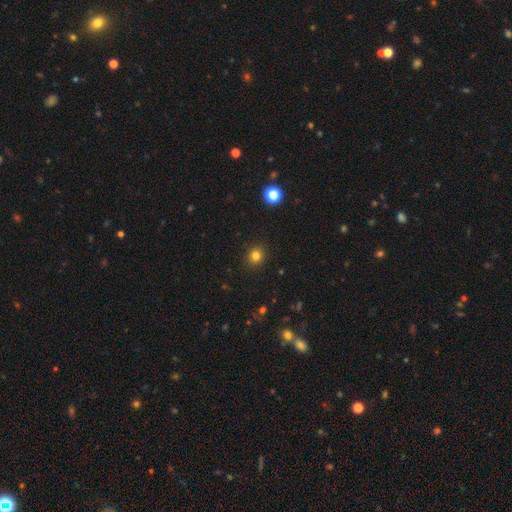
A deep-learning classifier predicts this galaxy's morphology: The model was most divided on "smooth or featured": smooth: 81%, star or artifact: 14%, featured or disk: 5%. More confident: merging — none (91%); how rounded — round (86%).